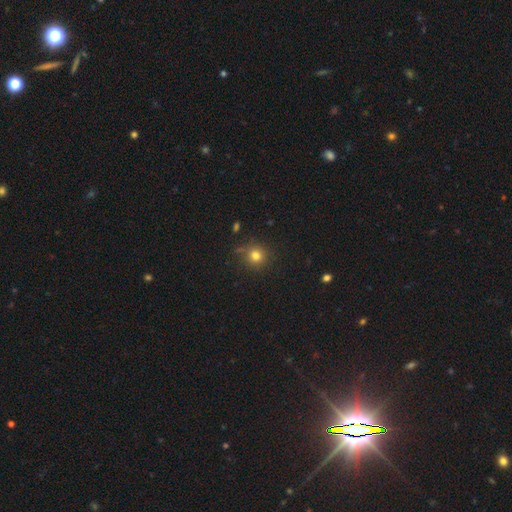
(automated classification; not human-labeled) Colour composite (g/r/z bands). It shows a smooth galaxy with no disk features (78%) that is round (92%). Merging: none (81%).